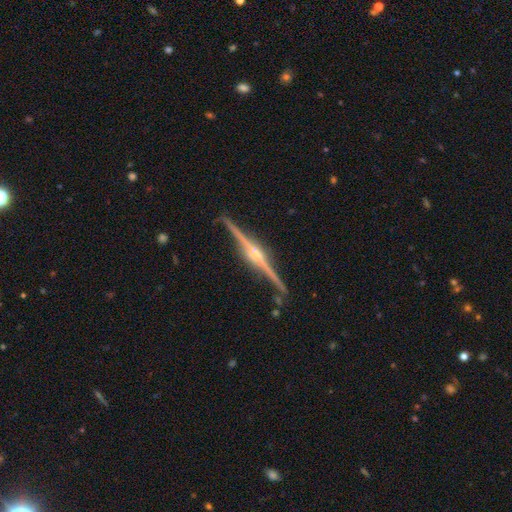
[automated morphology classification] type=featured or disk (91%); edge-on=yes (98%); edge-on bulge=rounded (93%); merging=none (88%).